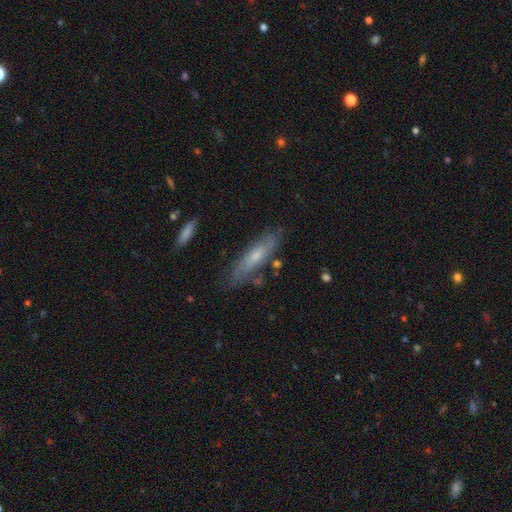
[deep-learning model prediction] Morphology: type=featured or disk (50%); merging=none (76%).